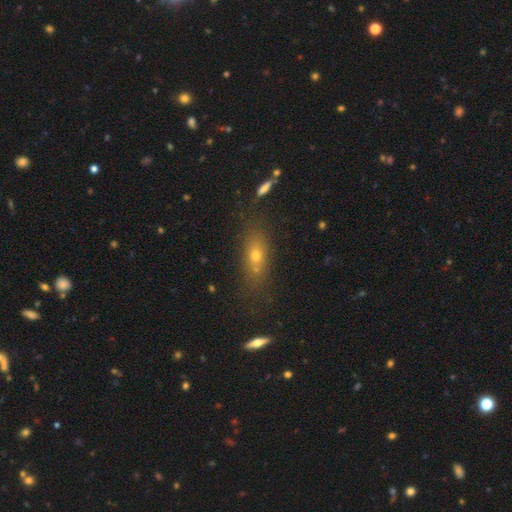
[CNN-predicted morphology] Smooth or featured: smooth — 61% (featured or disk — 21%)
How rounded: in between — 58% (cigar-shaped — 29%)
Merging: none — 67% (minor disturbance — 16%)